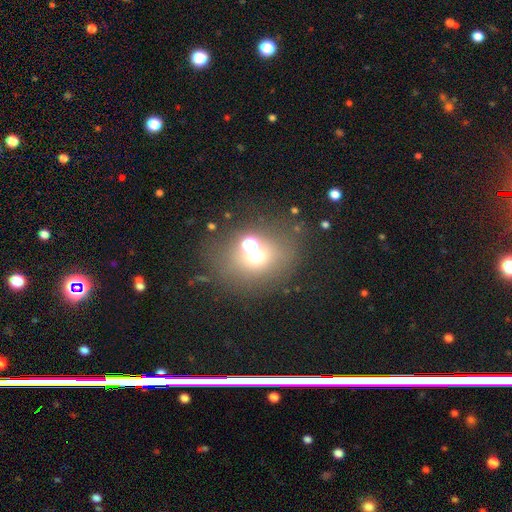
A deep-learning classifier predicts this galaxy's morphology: A smooth galaxy with no disk features (57%) that is round (66%). Merging: none (56%).